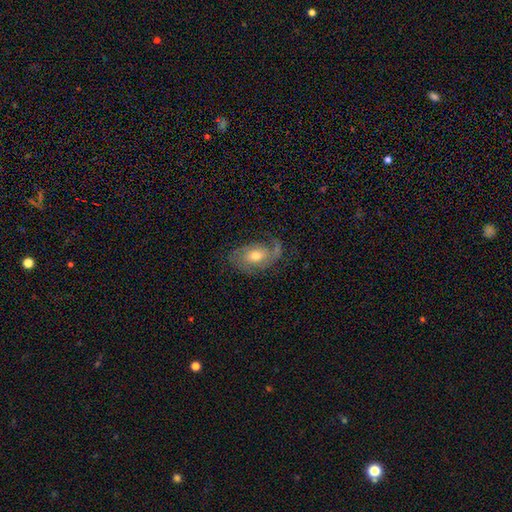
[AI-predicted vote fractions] Morphology: type=featured or disk (72%); edge-on=no (95%); bar=no (64%); spiral arms=yes (89%); winding=medium (40%); arm count=2 (48%); bulge=moderate (68%); merging=none (60%).